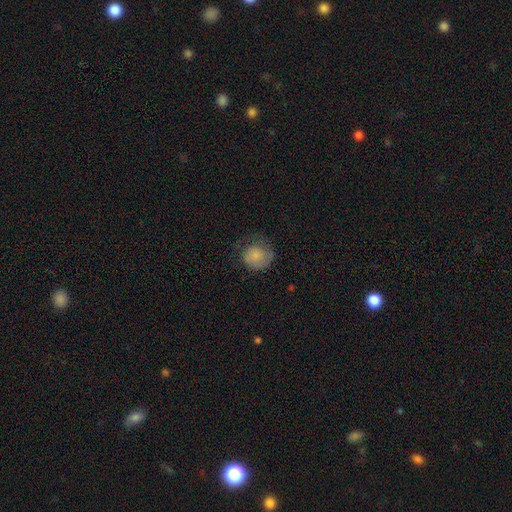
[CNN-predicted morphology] A smooth galaxy with no disk features (71%) that is round (84%).

Vote fractions:
- Smooth or featured? smooth: 71% / featured or disk: 21% / star or artifact: 8%
- How rounded? round: 84% / in between: 15% / cigar-shaped: 1%
- Merging? none: 51% / minor disturbance: 26% / major disturbance: 22% / merger: 1%